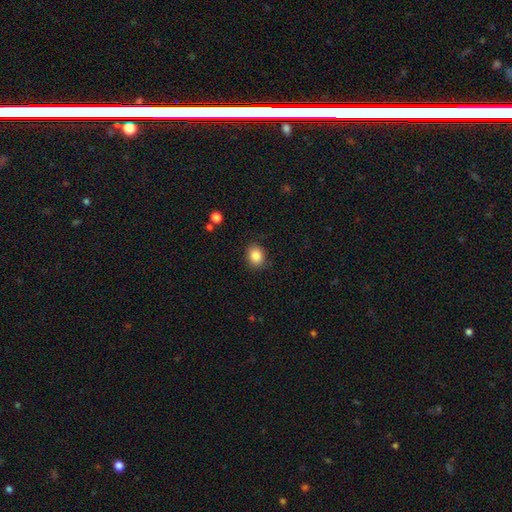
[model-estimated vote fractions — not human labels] Smooth or featured? smooth (86%)
How rounded? round (53%)
Merging? none (87%)